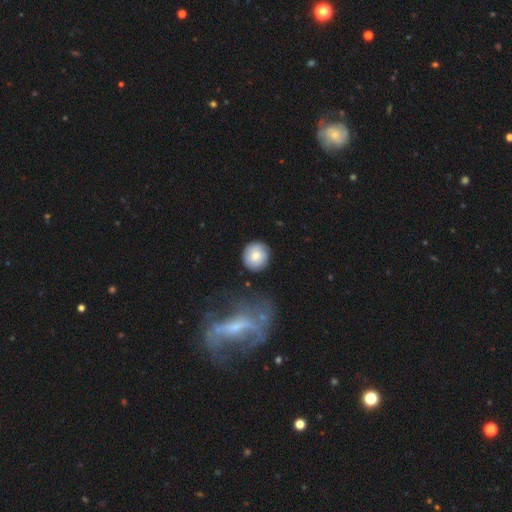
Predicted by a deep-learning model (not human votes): A smooth galaxy with no disk features (68%) that is round (92%). Merging: none (81%).